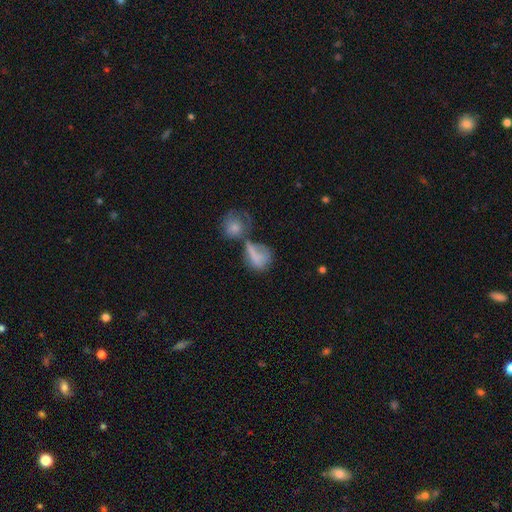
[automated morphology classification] Overall: smooth (68%). How rounded: in between (47%, tied with round). Merging: merger (41%; none 23%).